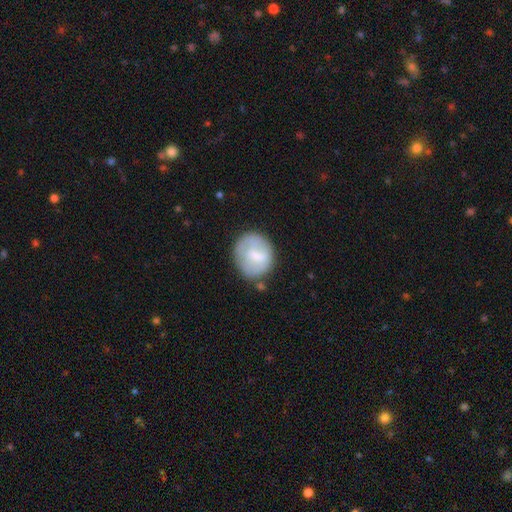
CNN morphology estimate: smooth 58%, featured or disk 35%, star or artifact 7%. Down the decision tree: how rounded — round (75%); merging — none (63%).